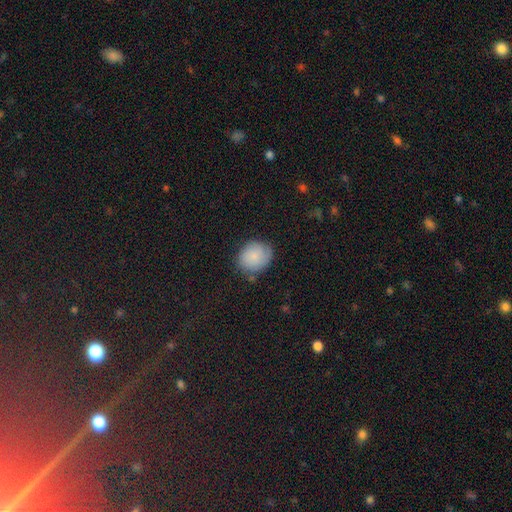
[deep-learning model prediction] smooth_or_featured: smooth (p=0.79) [alt: featured or disk p=0.13]
how_rounded: round (p=0.67) [alt: in between p=0.32]
merging: none (p=0.69) [alt: minor disturbance p=0.23]